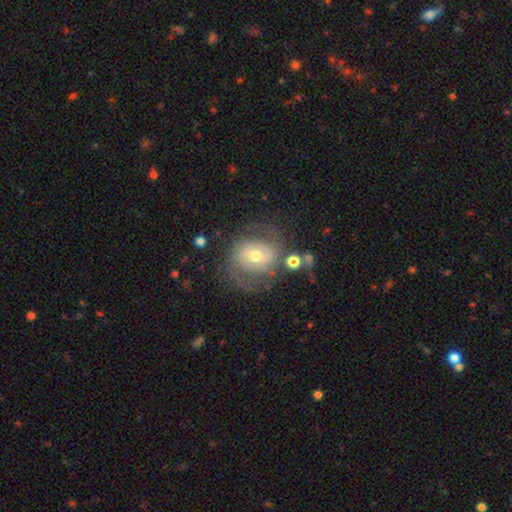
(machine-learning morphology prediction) Smooth or featured?
  - featured or disk: 67% *
  - smooth: 25%
  - star or artifact: 8%
Edge-on disk?
  - no: 97% *
  - yes: 3%
Bar?
  - weak: 43% *
  - no: 40%
  - strong: 17%
Spiral arms?
  - yes: 78% *
  - no: 22%
Spiral winding?
  - medium: 44% *
  - tight: 34%
  - loose: 22%
Spiral arm count?
  - 2: 70% *
  - can't tell: 19%
  - 1: 5%
  - 3: 4%
  - 4: 1%
  - more than 4: 1%
Bulge size?
  - moderate: 65% *
  - small: 28%
  - large: 5%
  - none: 1%
  - dominant: 1%
Merging?
  - none: 56% *
  - minor disturbance: 21%
  - major disturbance: 17%
  - merger: 6%